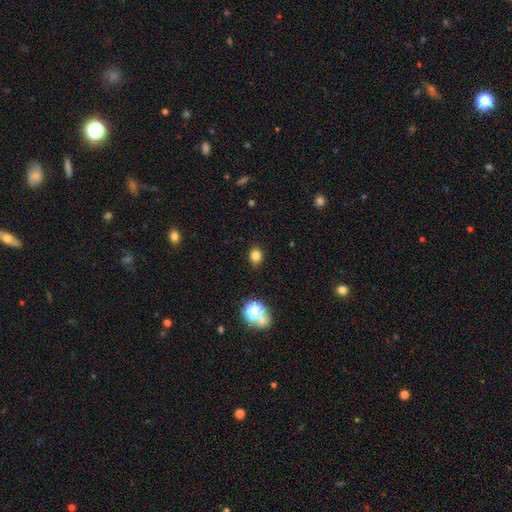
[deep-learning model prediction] Q: Smooth or featured?
A: smooth (80%); runner-up: star or artifact (15%)
Q: How rounded?
A: round (61%); runner-up: in between (38%)
Q: Merging?
A: none (89%); runner-up: minor disturbance (7%)